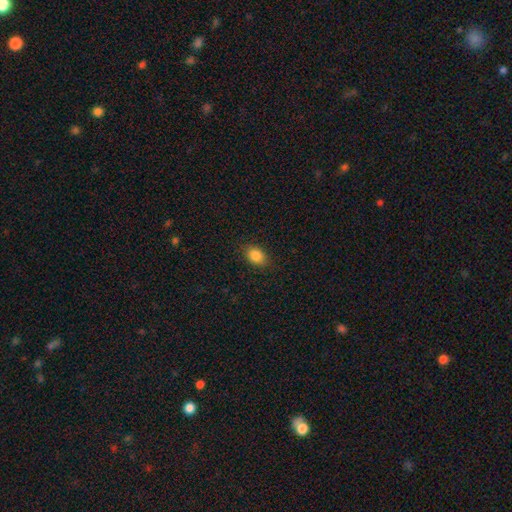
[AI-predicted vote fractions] smooth-or-featured: smooth: 85% | star or artifact: 9% | featured or disk: 5%
  how-rounded: in between: 72% | round: 27% | cigar-shaped: 2%
  merging: none: 87% | minor disturbance: 10% | major disturbance: 3% | merger: 1%